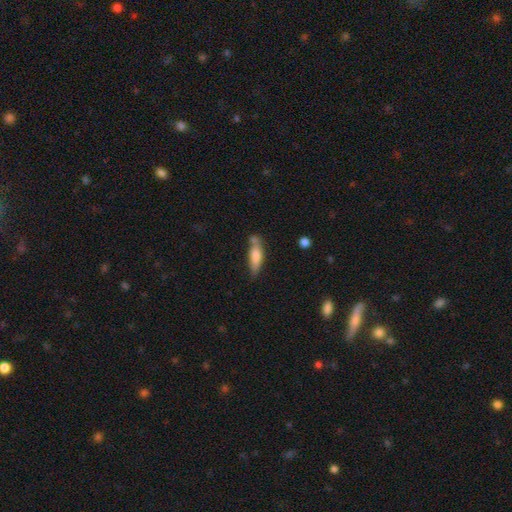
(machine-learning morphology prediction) Overall: smooth (72%). How rounded: cigar-shaped (59%; in between 39%). Merging: none (52%; minor disturbance 24%).